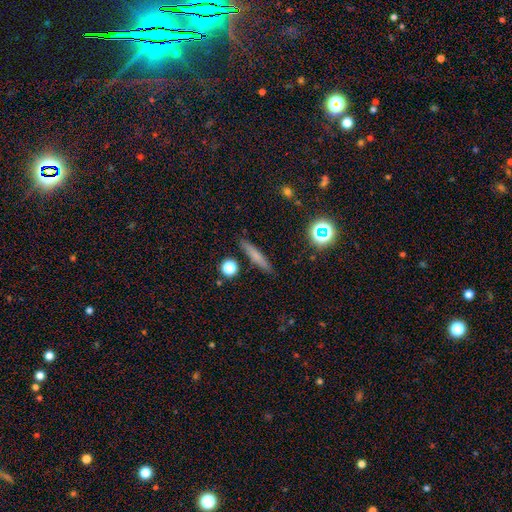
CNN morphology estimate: This appears to be a smooth galaxy with no disk features (69%) that is cigar-shaped (89%). Merging: none (88%).